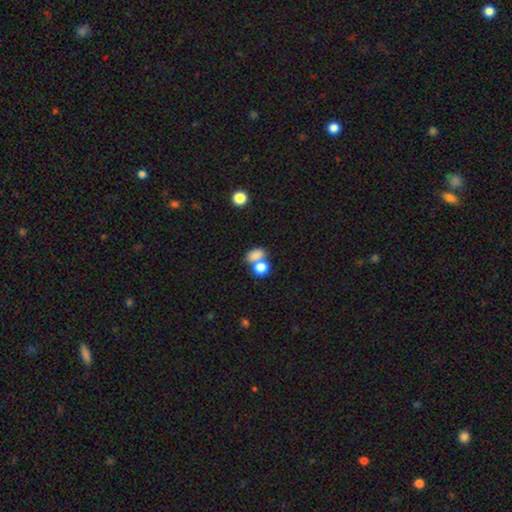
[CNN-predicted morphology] A smooth galaxy with no disk features (80%) that is in between round and cigar-shaped (67%).

Vote fractions:
- Smooth or featured? smooth: 80% / star or artifact: 12% / featured or disk: 9%
- How rounded? in between: 67% / round: 31% / cigar-shaped: 2%
- Merging? merger: 44% / none: 40% / minor disturbance: 10% / major disturbance: 6%